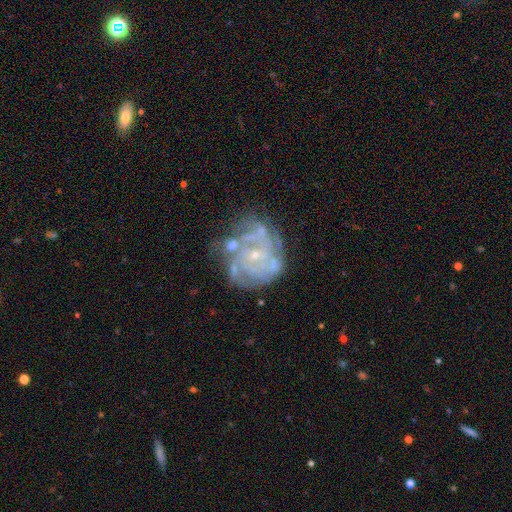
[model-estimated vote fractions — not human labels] This is clearly a featured or disk galaxy (82%). It is clearly not viewed edge-on (98%). Bar: likely no (75%). Spiral arm pattern: clearly yes (86%). Spiral arm count: marginally can't tell (37%). Spiral winding: likely tight (63%). Central bulge: likely small (79%). Merging: possibly none (56%).